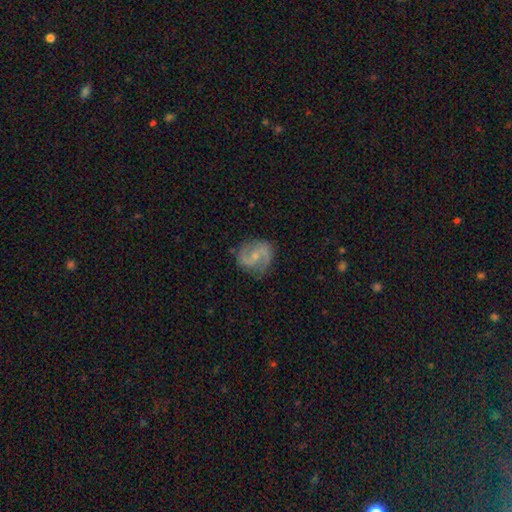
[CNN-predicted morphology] smooth_or_featured: featured or disk (p=0.78) [alt: smooth p=0.16]
disk_edge_on: no (p=0.98) [alt: yes p=0.02]
bar: weak (p=0.45) [alt: no p=0.41]
has_spiral_arms: yes (p=0.93) [alt: no p=0.07]
spiral_winding: medium (p=0.49) [alt: loose p=0.32]
spiral_arm_count: 2 (p=0.89) [alt: can't tell p=0.05]
bulge_size: small (p=0.63) [alt: moderate p=0.31]
merging: none (p=0.77) [alt: minor disturbance p=0.16]